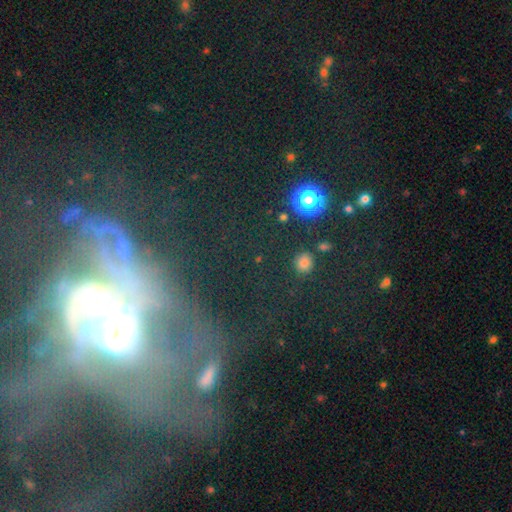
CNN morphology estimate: Q: Smooth or featured?
A: featured or disk (56%); runner-up: star or artifact (25%)
Q: Edge-on disk?
A: no (93%); runner-up: yes (7%)
Q: Bar?
A: no (77%); runner-up: weak (15%)
Q: Spiral arms?
A: no (61%); runner-up: yes (39%)
Q: Bulge size?
A: moderate (52%); runner-up: small (23%)
Q: Merging?
A: merger (52%); runner-up: major disturbance (25%)